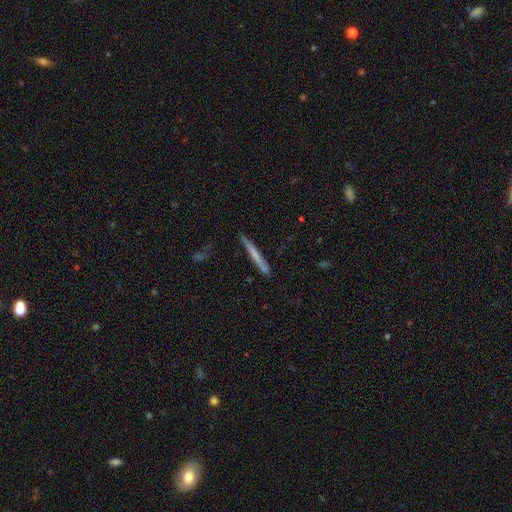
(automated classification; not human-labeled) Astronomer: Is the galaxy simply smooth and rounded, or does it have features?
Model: smooth — 54% (runner-up: featured or disk, 39%).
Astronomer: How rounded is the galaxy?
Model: cigar-shaped — 97%.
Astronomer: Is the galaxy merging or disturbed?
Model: none — 84%.